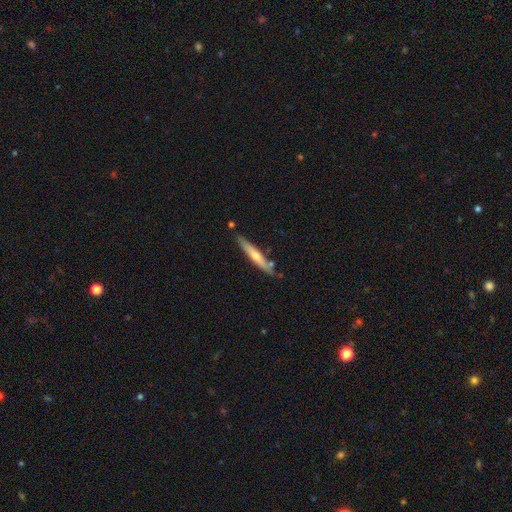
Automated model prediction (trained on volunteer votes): Smooth or featured? featured or disk (50%)
Edge-on disk? yes (92%)
Merging? none (80%)